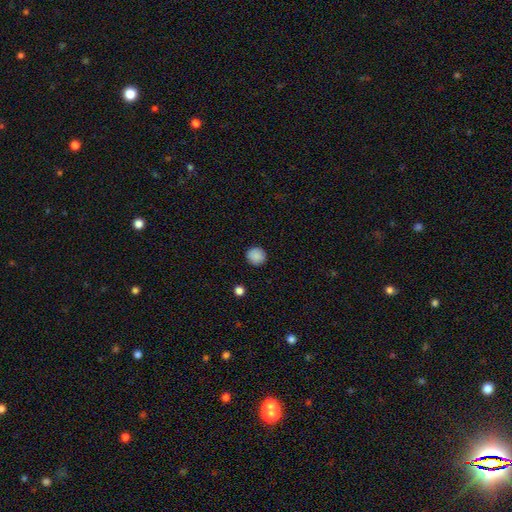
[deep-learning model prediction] Smooth or featured: smooth — 89% (star or artifact — 9%)
How rounded: round — 93% (in between — 6%)
Merging: none — 91% (minor disturbance — 6%)